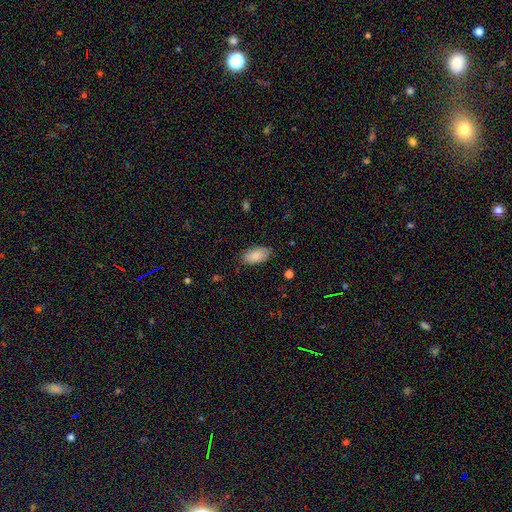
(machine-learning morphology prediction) smooth_or_featured: smooth (p=0.87) [alt: featured or disk p=0.07]
how_rounded: in between (p=0.94) [alt: cigar-shaped p=0.03]
merging: none (p=0.83) [alt: minor disturbance p=0.13]